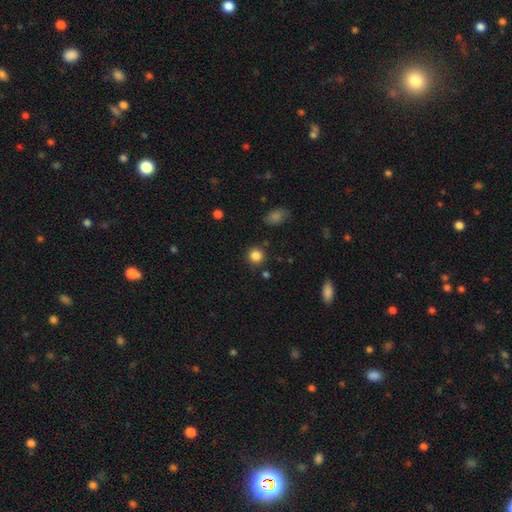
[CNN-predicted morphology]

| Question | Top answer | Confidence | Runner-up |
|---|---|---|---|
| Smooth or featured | smooth | 85% | star or artifact (11%) |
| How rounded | round | 91% | in between (8%) |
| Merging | none | 86% | minor disturbance (8%) |